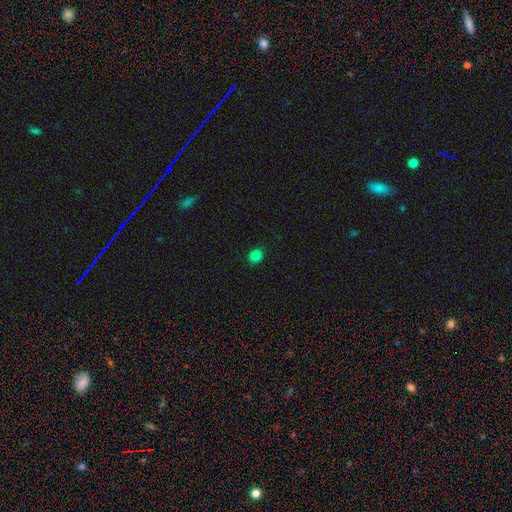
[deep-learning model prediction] smooth_or_featured: smooth (p=0.83) [alt: star or artifact p=0.14]
how_rounded: round (p=0.81) [alt: in between p=0.18]
merging: none (p=0.90) [alt: minor disturbance p=0.07]